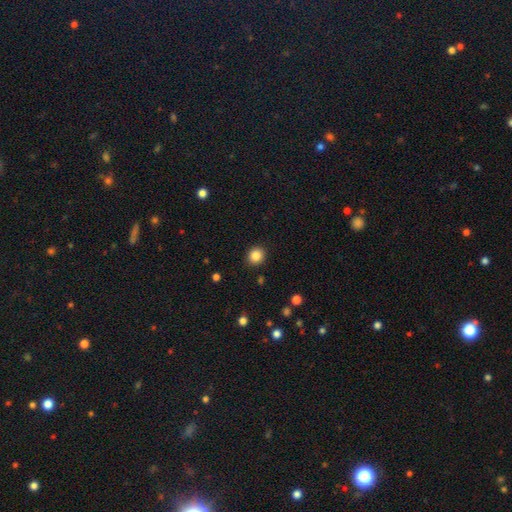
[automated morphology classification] Smooth or featured: smooth — 85% (star or artifact — 10%)
How rounded: round — 85% (in between — 14%)
Merging: none — 91% (minor disturbance — 6%)